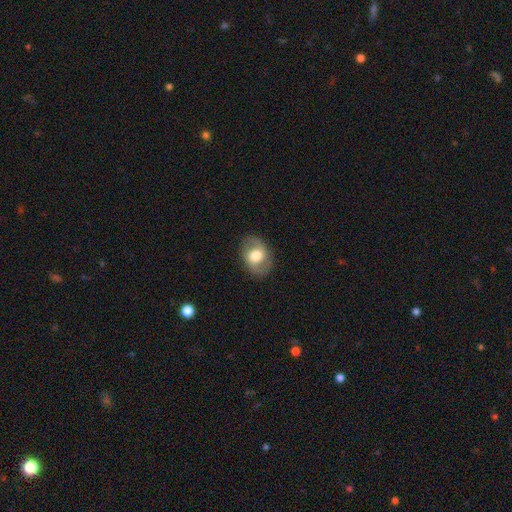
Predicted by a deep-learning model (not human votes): Overall: featured or disk (47%; smooth 46%). Merging: none (83%).